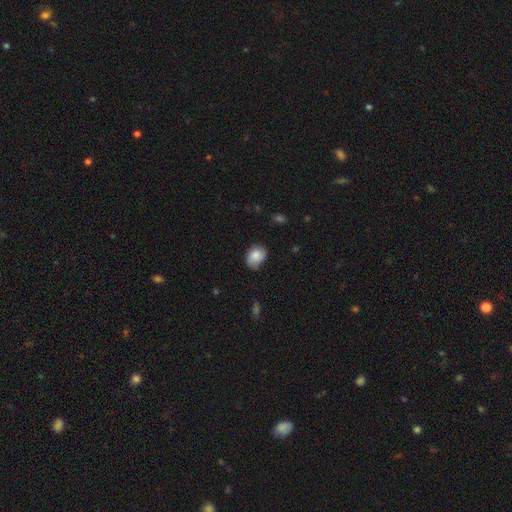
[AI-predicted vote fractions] smooth 82%, featured or disk 10%, star or artifact 7%. Down the decision tree: how rounded — in between (63%); merging — none (66%).